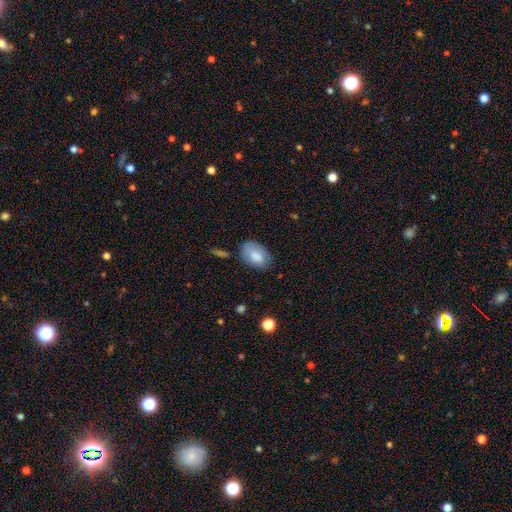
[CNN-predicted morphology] A smooth galaxy with no disk features (81%) that is in between round and cigar-shaped (89%). Merging: none (68%).